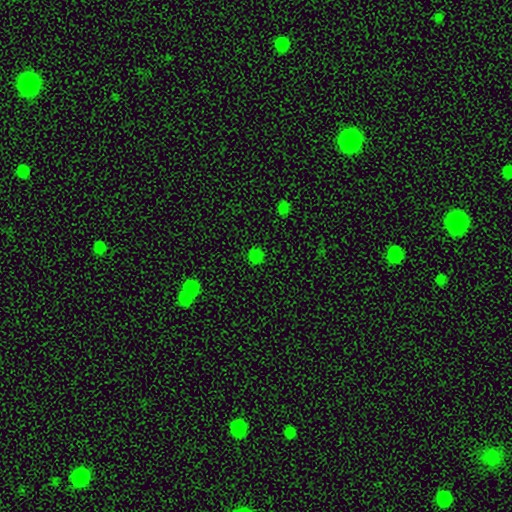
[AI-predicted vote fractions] Morphology: type=smooth (68%); roundness=round (90%); merging=none (87%).